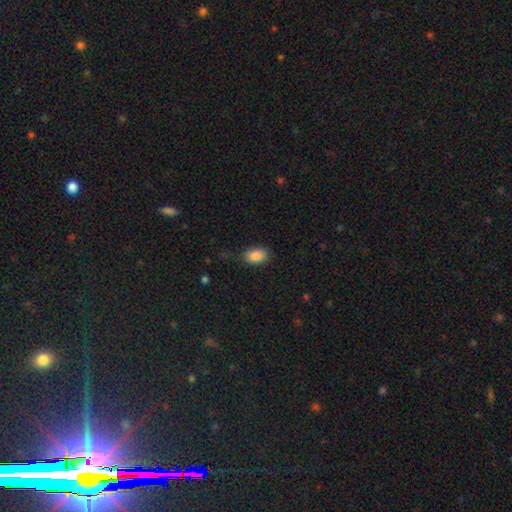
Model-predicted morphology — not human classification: Smooth or featured: smooth — 87% (star or artifact — 8%)
How rounded: in between — 85% (round — 14%)
Merging: none — 80% (minor disturbance — 15%)